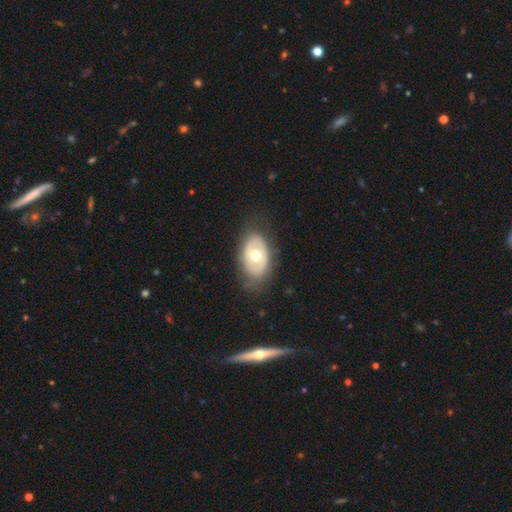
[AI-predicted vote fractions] smooth-or-featured: featured or disk: 50% | smooth: 45% | star or artifact: 6%
  merging: none: 77% | minor disturbance: 15% | major disturbance: 6% | merger: 1%